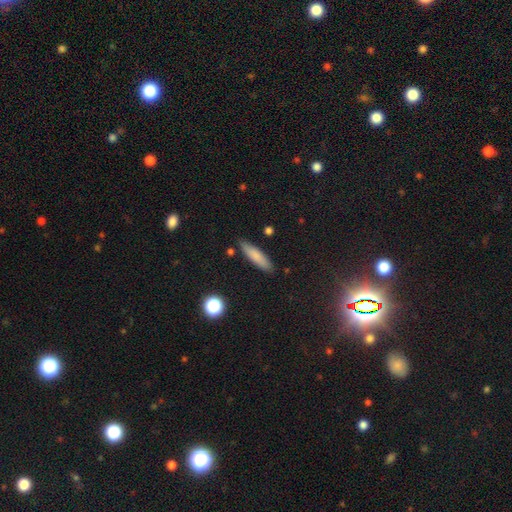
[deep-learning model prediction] Q: Smooth or featured?
A: smooth (77%); runner-up: featured or disk (15%)
Q: How rounded?
A: cigar-shaped (74%); runner-up: in between (24%)
Q: Merging?
A: none (84%); runner-up: minor disturbance (12%)